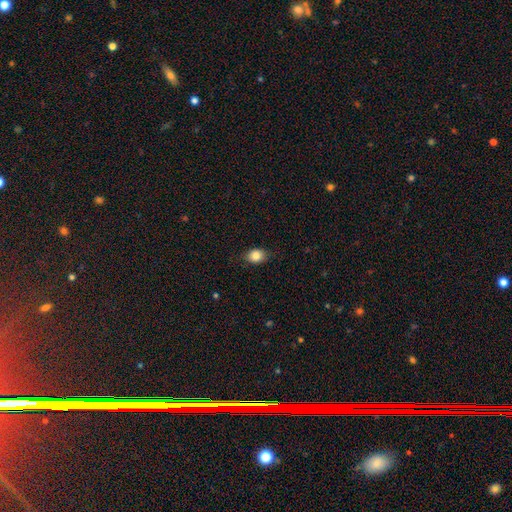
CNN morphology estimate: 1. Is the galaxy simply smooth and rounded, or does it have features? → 84% smooth, 9% star or artifact, 7% featured or disk.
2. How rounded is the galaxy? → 63% in between, 35% round, 1% cigar-shaped.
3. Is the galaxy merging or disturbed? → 81% none, 15% minor disturbance, 3% major disturbance, 1% merger.